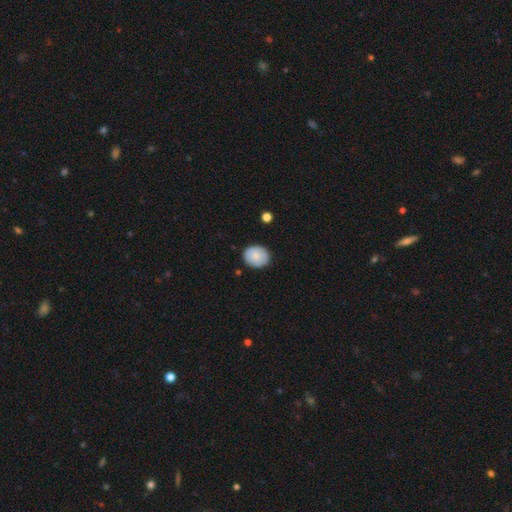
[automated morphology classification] A smooth galaxy with no disk features (78%) that is round (62%).

Vote fractions:
- Smooth or featured? smooth: 78% / featured or disk: 15% / star or artifact: 7%
- How rounded? round: 62% / in between: 37% / cigar-shaped: 1%
- Merging? none: 83% / minor disturbance: 13% / major disturbance: 2% / merger: 2%